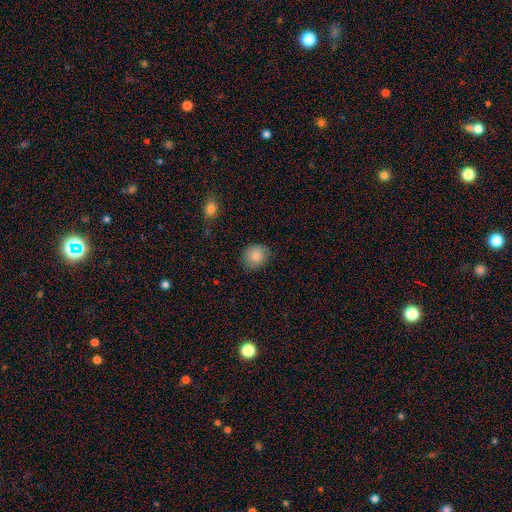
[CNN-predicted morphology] Smooth or featured? smooth (85%)
How rounded? round (81%)
Merging? none (83%)